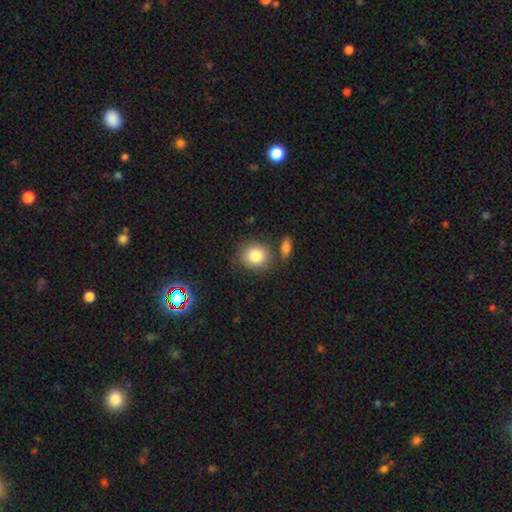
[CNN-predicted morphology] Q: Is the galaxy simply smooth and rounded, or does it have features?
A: smooth — 83%.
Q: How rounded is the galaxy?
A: round — 76%.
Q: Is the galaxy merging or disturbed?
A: none — 75%.